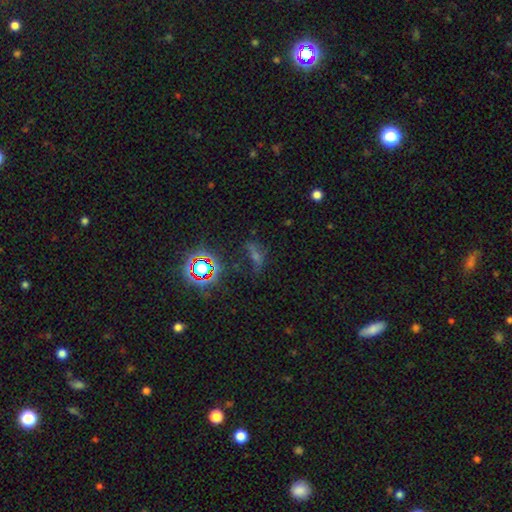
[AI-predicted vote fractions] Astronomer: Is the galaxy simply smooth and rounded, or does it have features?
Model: star or artifact — 51% (runner-up: smooth, 27%).